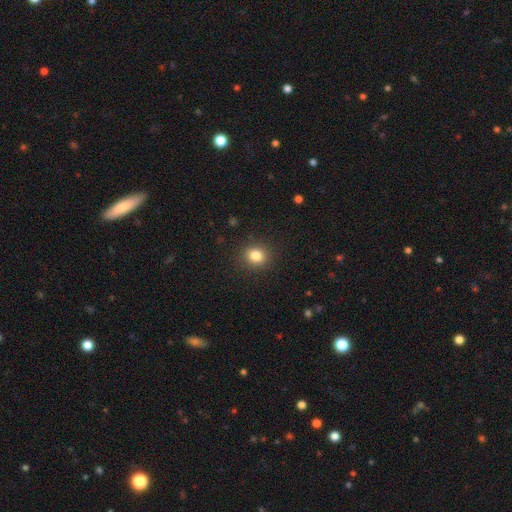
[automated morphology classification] Overall: smooth (83%). How rounded: round (74%). Merging: none (90%).